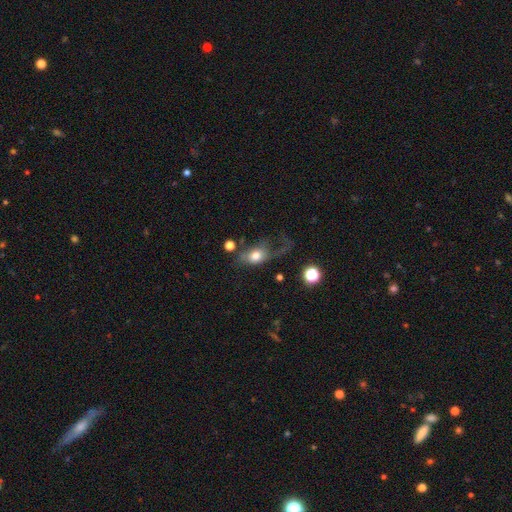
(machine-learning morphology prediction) smooth_or_featured: smooth (p=0.65) [alt: featured or disk p=0.25]
how_rounded: in between (p=0.66) [alt: round p=0.31]
merging: major disturbance (p=0.50) [alt: none p=0.25]